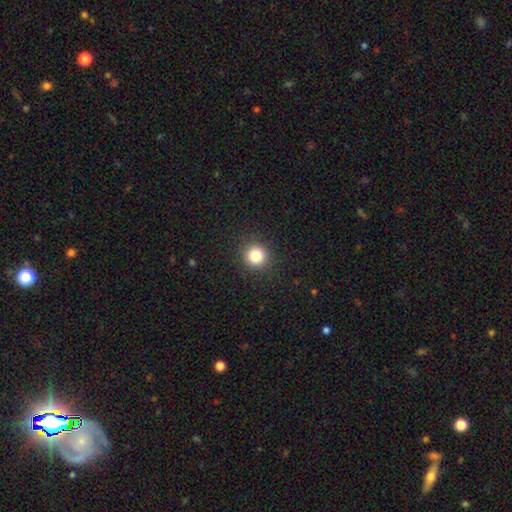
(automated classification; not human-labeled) Smooth or featured? Predicted: smooth (p=0.82). How rounded? Predicted: round (p=0.94). Merging? Predicted: none (p=0.91).